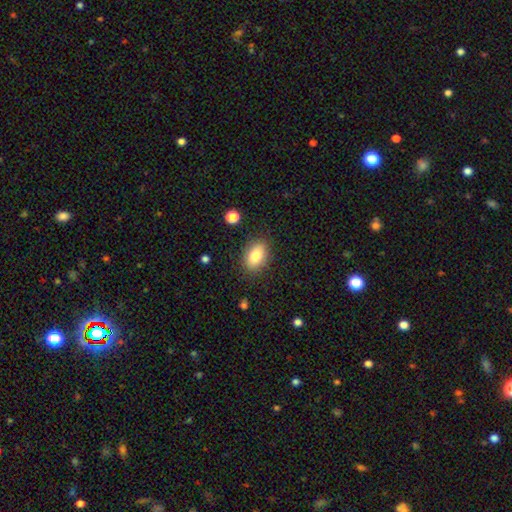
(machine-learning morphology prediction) Smooth or featured: smooth — 82% (featured or disk — 10%)
How rounded: in between — 85% (round — 13%)
Merging: none — 84% (minor disturbance — 11%)